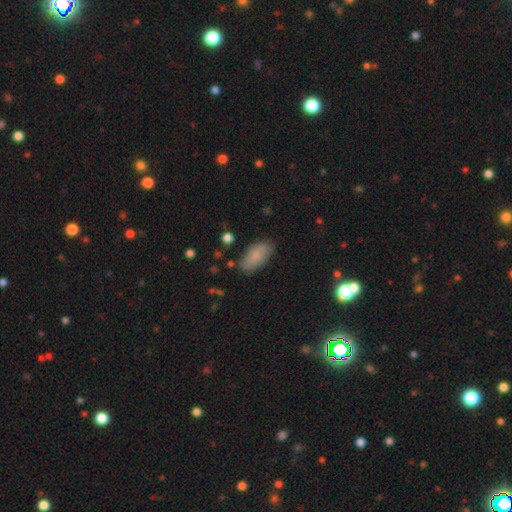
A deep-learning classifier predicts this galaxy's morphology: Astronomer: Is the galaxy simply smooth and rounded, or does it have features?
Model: smooth — 80%.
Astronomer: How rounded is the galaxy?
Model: in between — 89%.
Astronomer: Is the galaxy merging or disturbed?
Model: none — 81%.